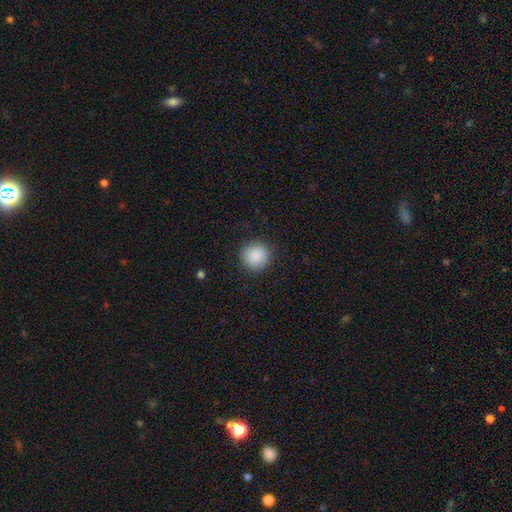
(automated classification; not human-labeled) smooth 89%, star or artifact 8%, featured or disk 4%. Down the decision tree: how rounded — round (92%); merging — none (88%).